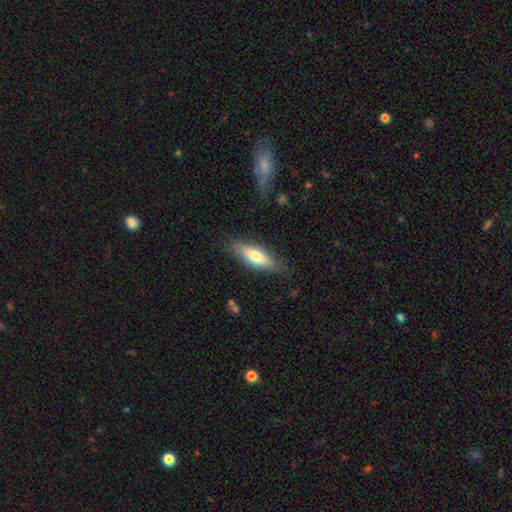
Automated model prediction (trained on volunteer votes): Morphology: type=smooth (58%); roundness=cigar-shaped (52%); merging=none (81%).